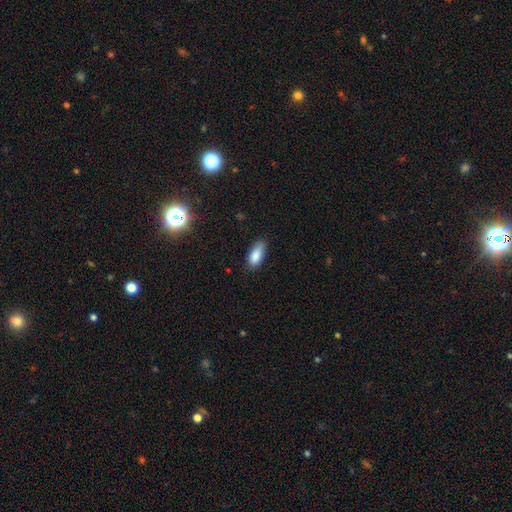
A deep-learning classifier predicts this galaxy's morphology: This appears to be a smooth galaxy with no disk features (85%) that is in between round and cigar-shaped (82%). Merging: none (72%).